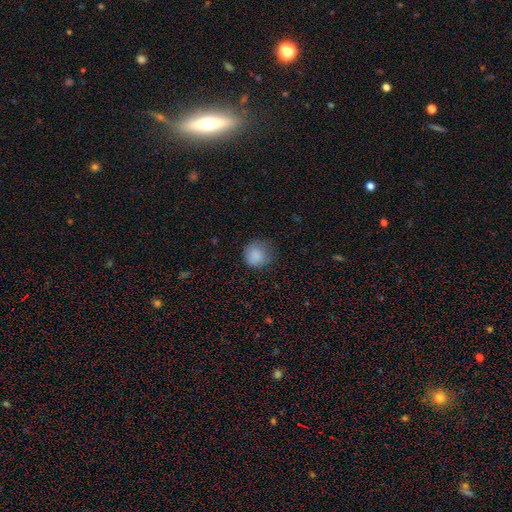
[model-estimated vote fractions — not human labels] This appears to be a smooth galaxy with no disk features (86%) that is round (89%). Merging: none (70%).